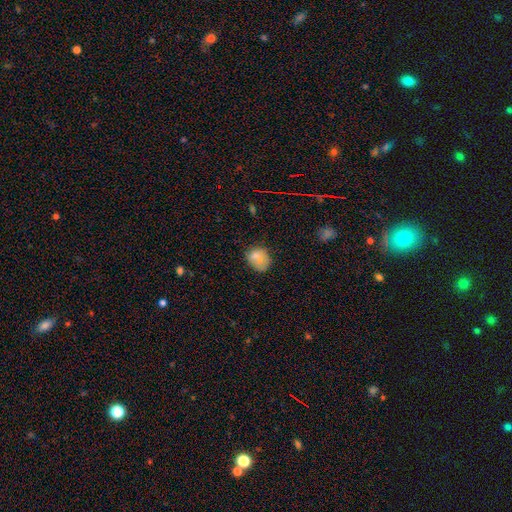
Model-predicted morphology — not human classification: Overall: smooth (67%). How rounded: round (64%; in between 35%). Merging: none (60%; minor disturbance 24%).